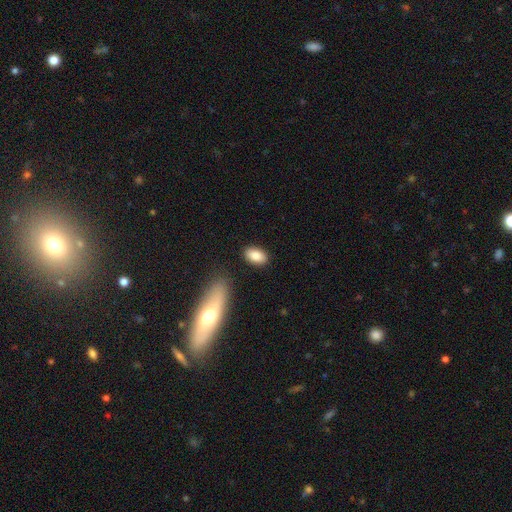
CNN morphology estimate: Smooth or featured?
  - smooth: 84% *
  - featured or disk: 9%
  - star or artifact: 7%
How rounded?
  - in between: 90% *
  - round: 7%
  - cigar-shaped: 2%
Merging?
  - none: 86% *
  - minor disturbance: 9%
  - major disturbance: 3%
  - merger: 2%